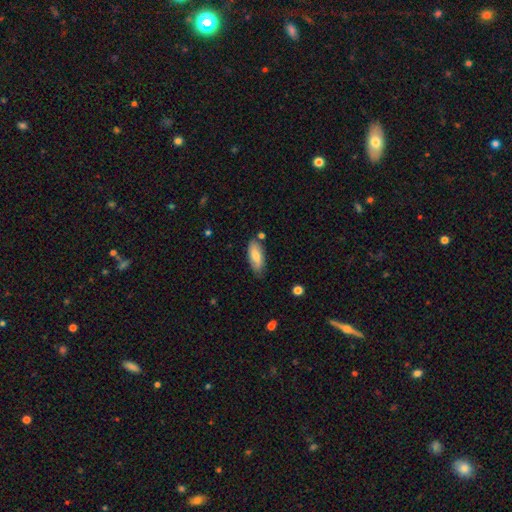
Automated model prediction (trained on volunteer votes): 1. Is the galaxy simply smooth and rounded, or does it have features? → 77% smooth, 17% featured or disk, 6% star or artifact.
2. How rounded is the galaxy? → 79% in between, 19% cigar-shaped, 2% round.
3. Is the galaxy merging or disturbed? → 75% none, 18% minor disturbance, 4% merger, 3% major disturbance.